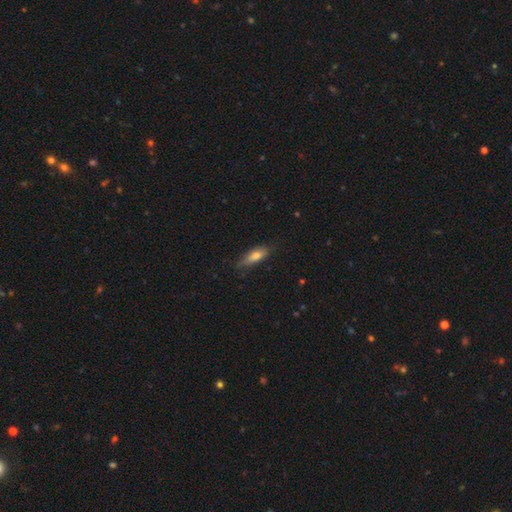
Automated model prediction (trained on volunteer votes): Morphology: type=smooth (65%); roundness=cigar-shaped (53%); merging=none (74%).